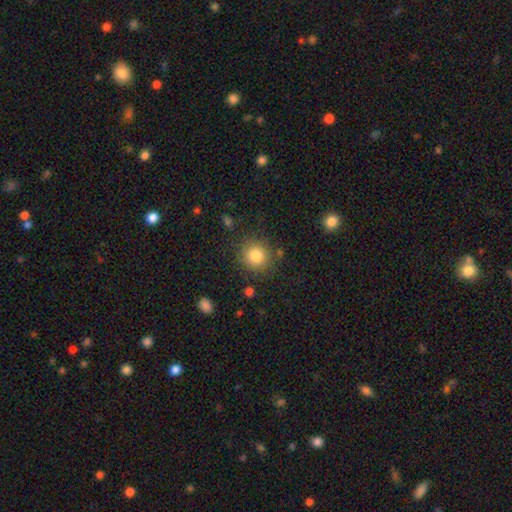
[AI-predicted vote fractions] Q: Smooth or featured?
A: smooth (82%); runner-up: star or artifact (11%)
Q: How rounded?
A: round (90%); runner-up: in between (9%)
Q: Merging?
A: none (85%); runner-up: minor disturbance (9%)